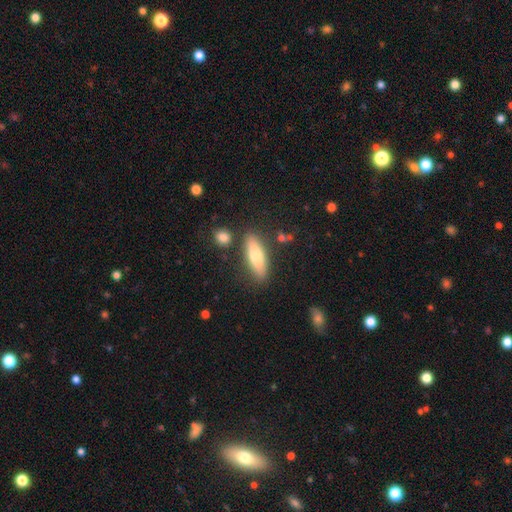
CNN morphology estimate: Smooth or featured: smooth — 74% (featured or disk — 20%)
How rounded: in between — 53% (cigar-shaped — 45%)
Merging: none — 80% (minor disturbance — 12%)